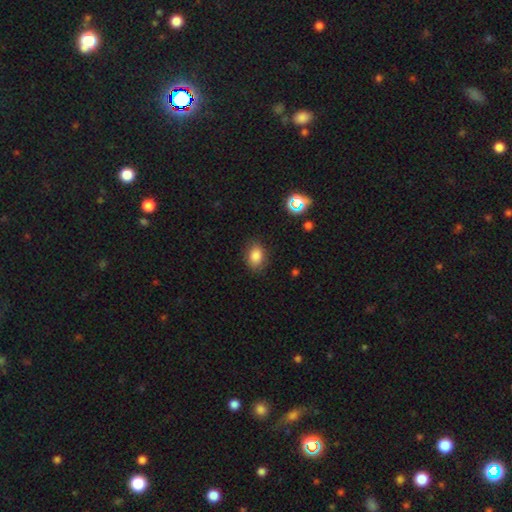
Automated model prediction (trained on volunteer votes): smooth_or_featured: smooth (p=0.84) [alt: star or artifact p=0.10]
how_rounded: in between (p=0.73) [alt: round p=0.26]
merging: none (p=0.82) [alt: minor disturbance p=0.13]